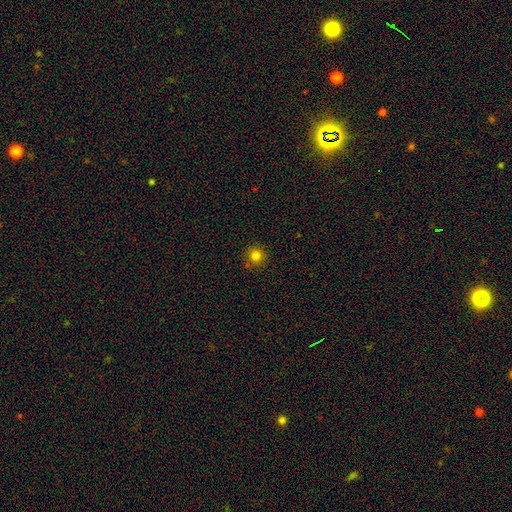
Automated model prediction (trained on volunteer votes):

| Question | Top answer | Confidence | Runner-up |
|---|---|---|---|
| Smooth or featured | smooth | 81% | star or artifact (14%) |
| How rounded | round | 94% | in between (5%) |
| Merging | none | 87% | minor disturbance (8%) |